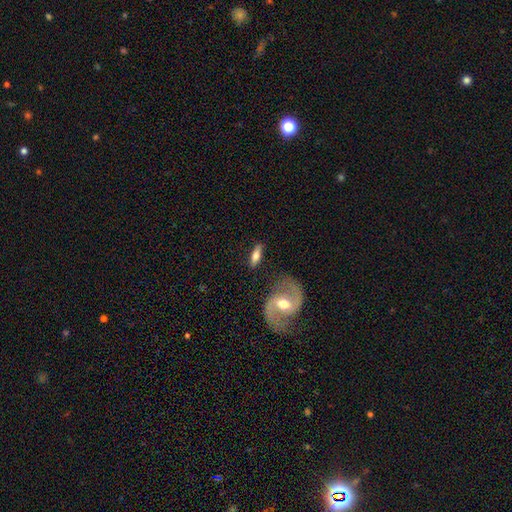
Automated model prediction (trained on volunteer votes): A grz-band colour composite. It shows a smooth galaxy with no disk features (47%, tied with featured or disk). Merging: none (79%).